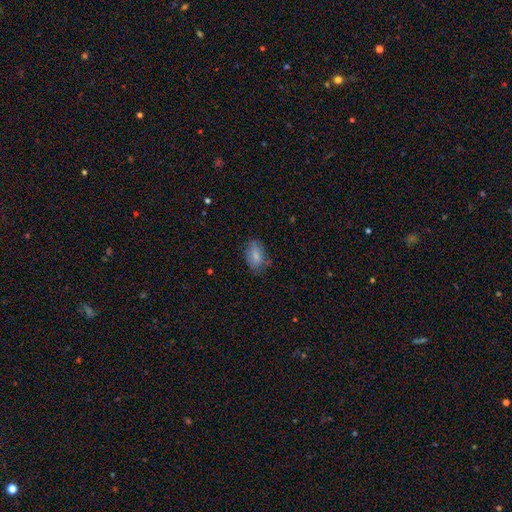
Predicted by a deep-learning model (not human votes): Overall: smooth (78%). How rounded: in between (89%). Merging: none (66%).